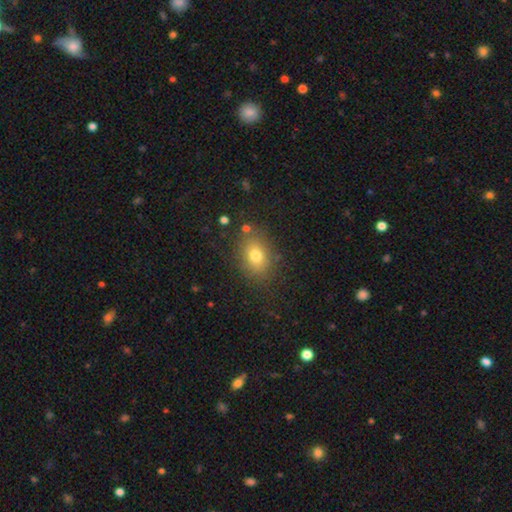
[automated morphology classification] Smooth or featured?
  - smooth: 75% *
  - featured or disk: 13%
  - star or artifact: 12%
How rounded?
  - in between: 68% *
  - round: 30%
  - cigar-shaped: 2%
Merging?
  - none: 81% *
  - minor disturbance: 12%
  - major disturbance: 4%
  - merger: 3%